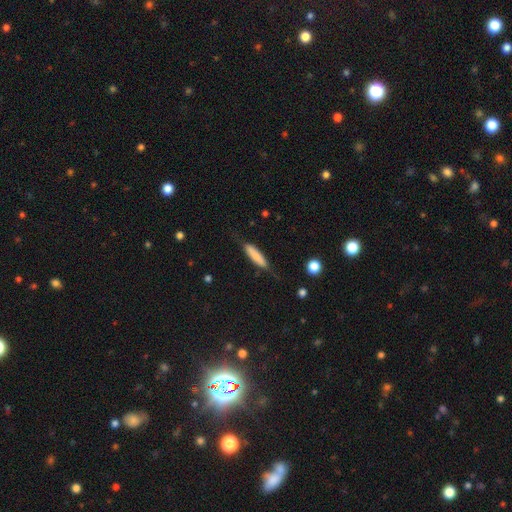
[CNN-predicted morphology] smooth 74%, featured or disk 20%, star or artifact 6%. Down the decision tree: how rounded — cigar-shaped (75%); merging — none (68%).